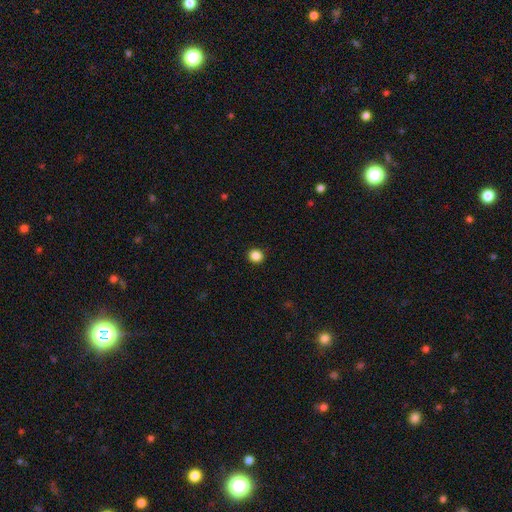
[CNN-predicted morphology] smooth-or-featured: smooth: 86% | star or artifact: 11% | featured or disk: 3%
  how-rounded: round: 85% | in between: 14% | cigar-shaped: 1%
  merging: none: 92% | minor disturbance: 5% | major disturbance: 2% | merger: 1%